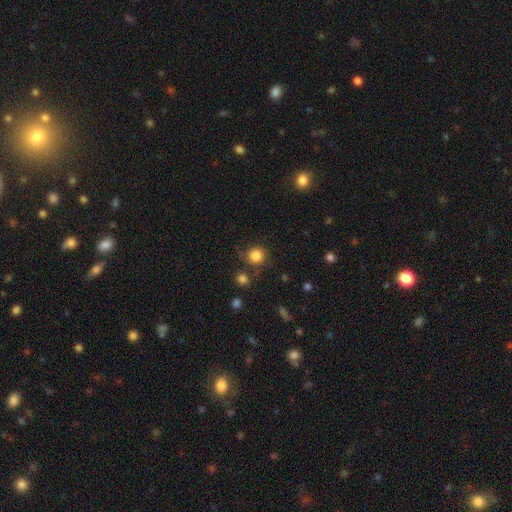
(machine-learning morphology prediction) smooth-or-featured: smooth: 84% | star or artifact: 11% | featured or disk: 5%
  how-rounded: round: 90% | in between: 9% | cigar-shaped: 1%
  merging: none: 79% | minor disturbance: 11% | merger: 6% | major disturbance: 4%